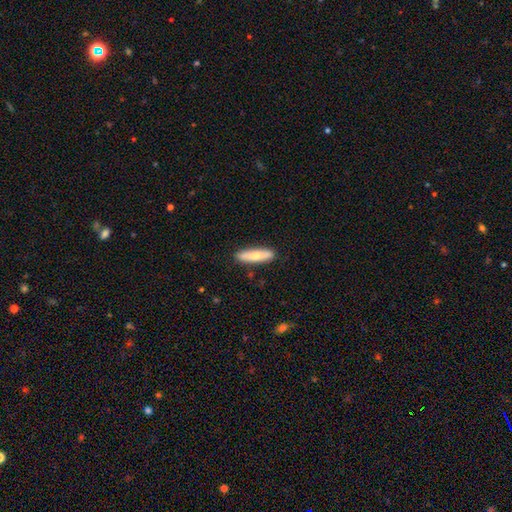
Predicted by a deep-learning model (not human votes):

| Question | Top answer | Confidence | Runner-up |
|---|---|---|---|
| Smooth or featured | smooth | 68% | featured or disk (26%) |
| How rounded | cigar-shaped | 69% | in between (29%) |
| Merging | none | 86% | minor disturbance (10%) |